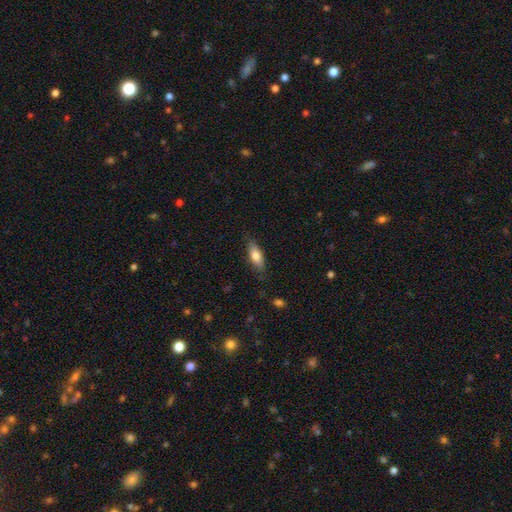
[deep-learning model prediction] smooth 74%, featured or disk 19%, star or artifact 6%. Down the decision tree: how rounded — in between (66%); merging — none (80%).